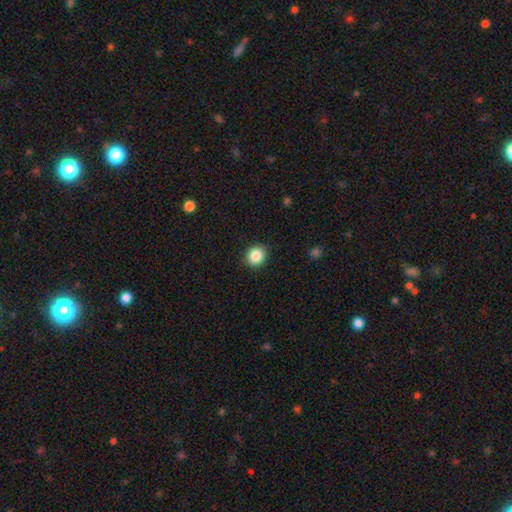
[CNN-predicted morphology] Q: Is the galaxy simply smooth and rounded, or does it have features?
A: smooth — 86%.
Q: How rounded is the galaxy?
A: round — 80%.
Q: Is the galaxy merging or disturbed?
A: none — 90%.